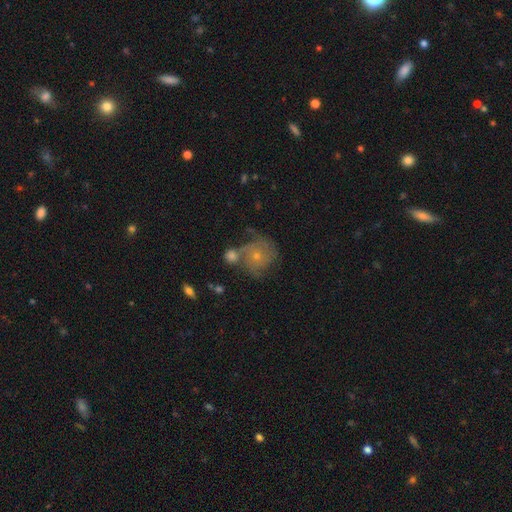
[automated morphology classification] smooth_or_featured: featured or disk (p=0.58) [alt: smooth p=0.29]
disk_edge_on: no (p=0.97) [alt: yes p=0.03]
bar: no (p=0.82) [alt: weak p=0.15]
has_spiral_arms: yes (p=0.81) [alt: no p=0.19]
bulge_size: small (p=0.69) [alt: moderate p=0.27]
merging: none (p=0.51) [alt: merger p=0.20]